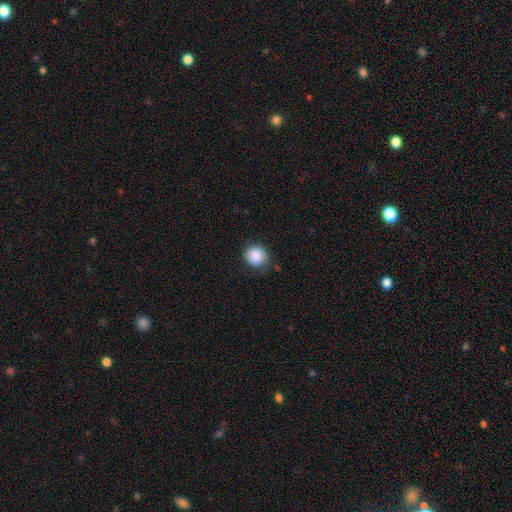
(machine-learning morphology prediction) Smooth or featured? smooth (87%)
How rounded? round (86%)
Merging? none (75%)